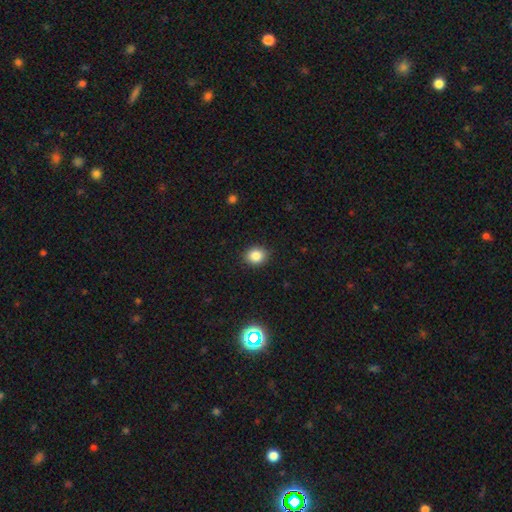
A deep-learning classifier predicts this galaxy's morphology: Smooth or featured? smooth (85%)
How rounded? round (73%)
Merging? none (90%)